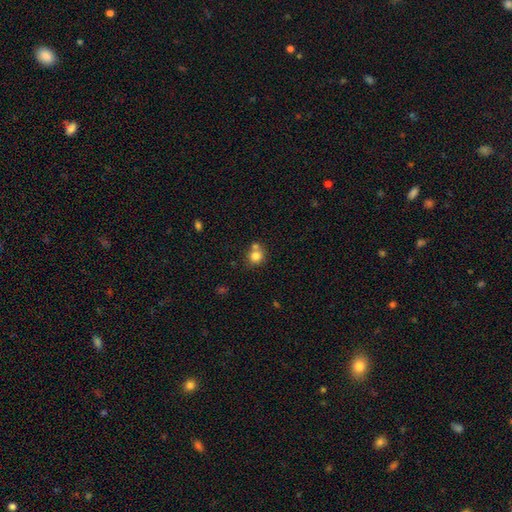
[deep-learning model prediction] A smooth galaxy with no disk features (80%) that is round (82%).

Vote fractions:
- Smooth or featured? smooth: 80% / star or artifact: 11% / featured or disk: 10%
- How rounded? round: 82% / in between: 18% / cigar-shaped: 1%
- Merging? none: 51% / merger: 36% / minor disturbance: 10% / major disturbance: 4%